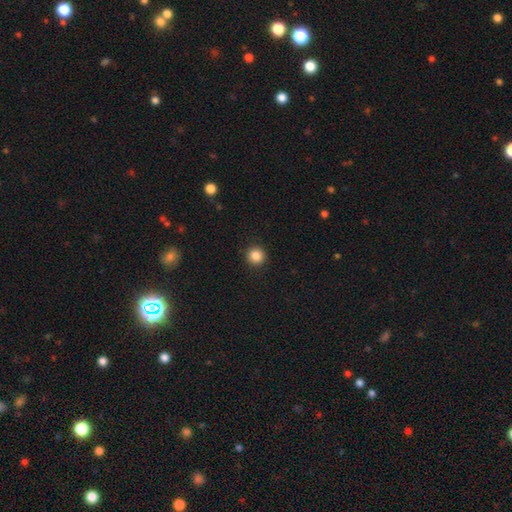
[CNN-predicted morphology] Q: Smooth or featured?
A: smooth (86%); runner-up: star or artifact (10%)
Q: How rounded?
A: round (94%); runner-up: in between (5%)
Q: Merging?
A: none (92%); runner-up: minor disturbance (5%)